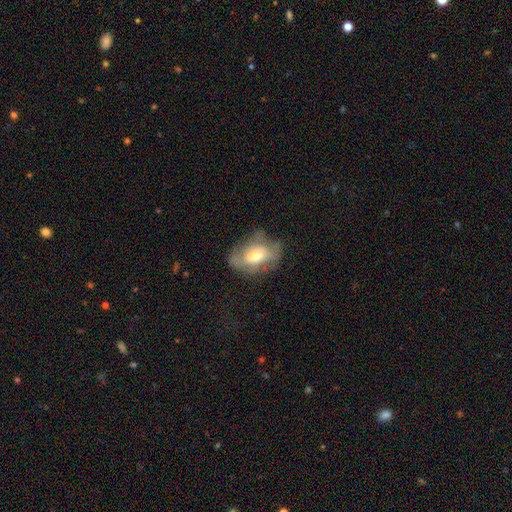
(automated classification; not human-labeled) The model was most divided on "smooth or featured": smooth: 48%, featured or disk: 43%, star or artifact: 8%. More confident: merging — none (50%).